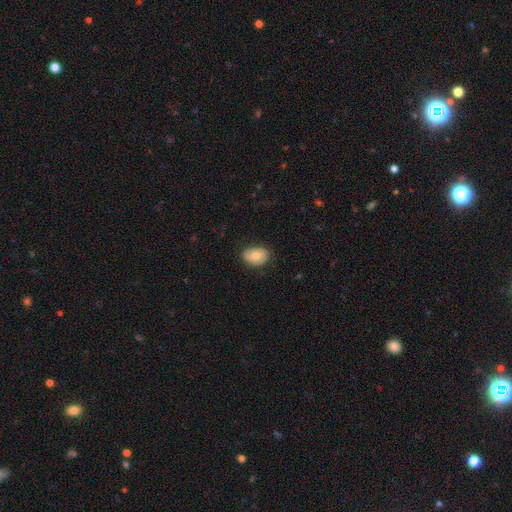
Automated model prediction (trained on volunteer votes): The model was most divided on "smooth or featured": smooth: 74%, featured or disk: 19%, star or artifact: 7%. More confident: how rounded — in between (80%); merging — none (79%).